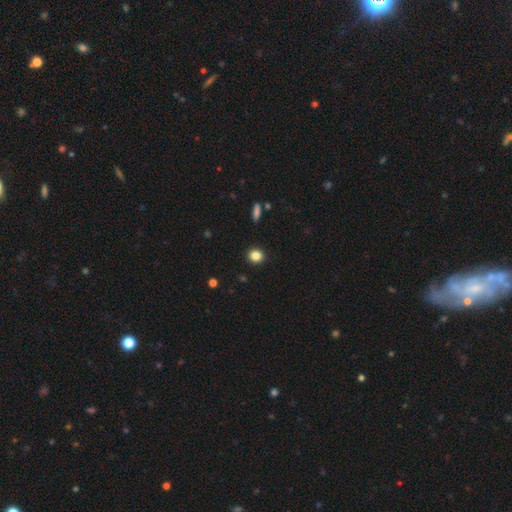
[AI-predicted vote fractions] Smooth or featured?
  - smooth: 85% *
  - star or artifact: 11%
  - featured or disk: 4%
How rounded?
  - round: 86% *
  - in between: 13%
  - cigar-shaped: 1%
Merging?
  - none: 92% *
  - minor disturbance: 5%
  - major disturbance: 2%
  - merger: 1%